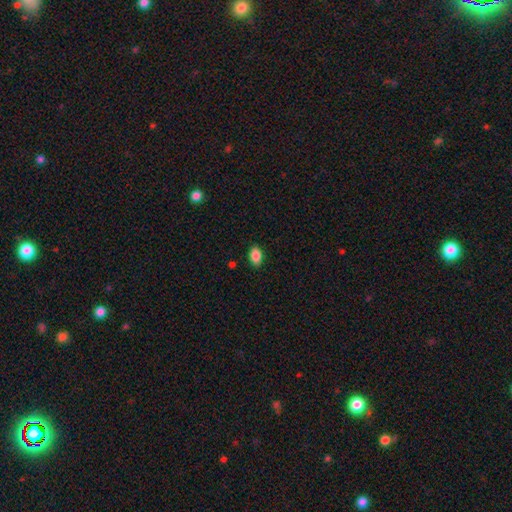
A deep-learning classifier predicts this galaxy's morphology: smooth 87%, star or artifact 8%, featured or disk 5%. Down the decision tree: how rounded — in between (90%); merging — none (88%).